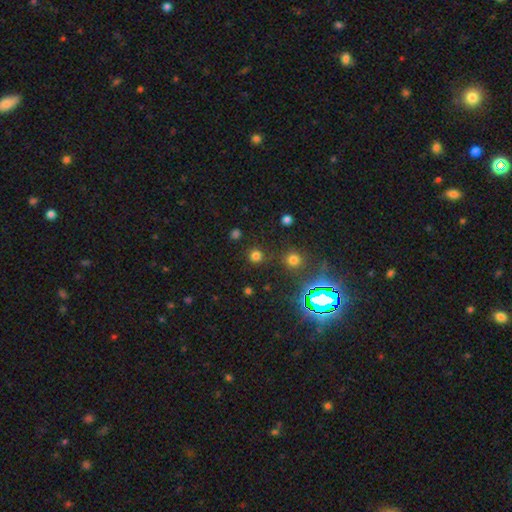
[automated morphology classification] Overall: smooth (72%). How rounded: round (94%). Merging: none (86%).